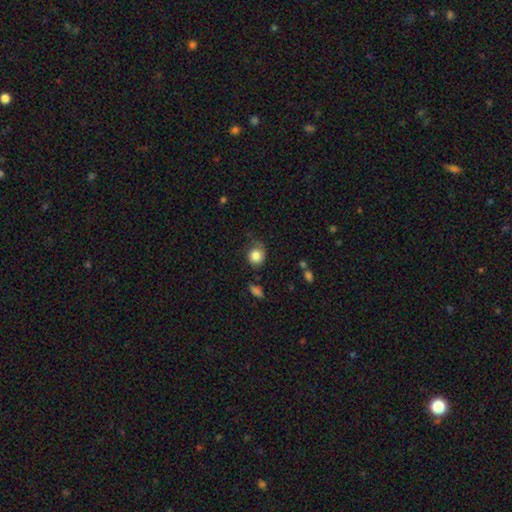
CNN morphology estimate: Smooth or featured: smooth — 82% (featured or disk — 10%)
How rounded: round — 78% (in between — 21%)
Merging: none — 57% (minor disturbance — 29%)